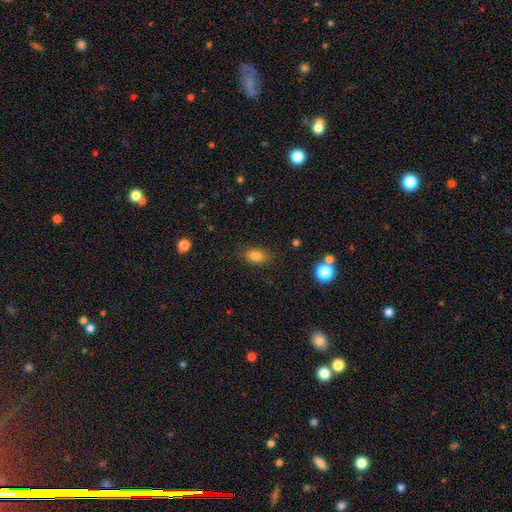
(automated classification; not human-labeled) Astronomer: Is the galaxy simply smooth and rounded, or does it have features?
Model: smooth — 81%.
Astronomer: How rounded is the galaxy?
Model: in between — 85%.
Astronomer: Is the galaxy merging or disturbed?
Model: none — 83%.